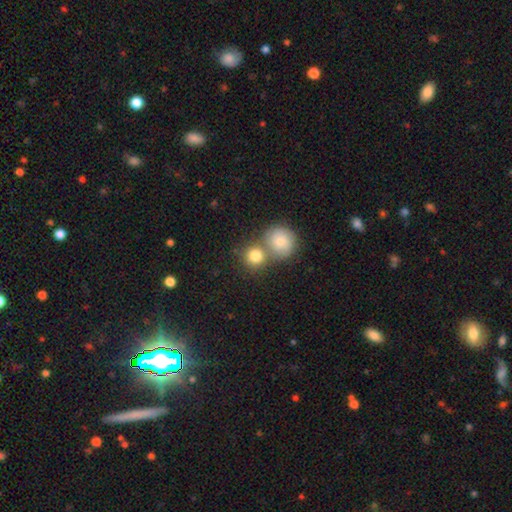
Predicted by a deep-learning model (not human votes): Q: Smooth or featured?
A: smooth (82%); runner-up: featured or disk (10%)
Q: How rounded?
A: round (86%); runner-up: in between (13%)
Q: Merging?
A: none (47%); runner-up: merger (42%)